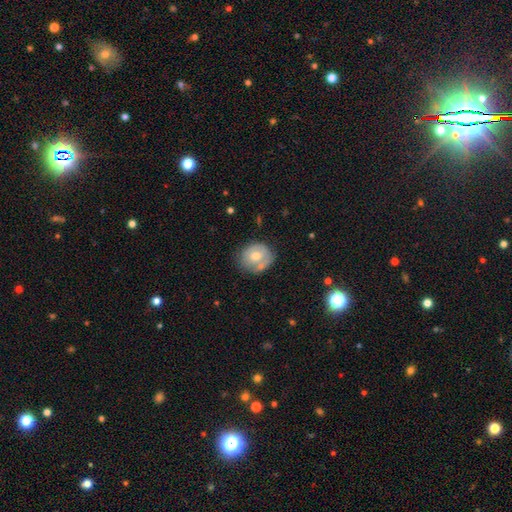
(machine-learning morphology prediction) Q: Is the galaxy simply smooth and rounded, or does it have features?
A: smooth — 55%.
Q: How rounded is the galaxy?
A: round — 73%.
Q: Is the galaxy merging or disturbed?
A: none — 58%.